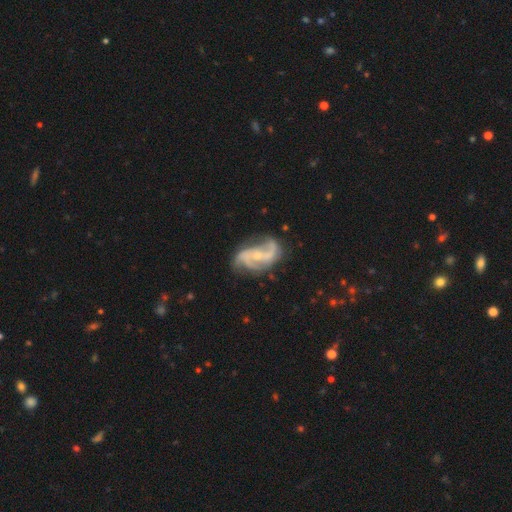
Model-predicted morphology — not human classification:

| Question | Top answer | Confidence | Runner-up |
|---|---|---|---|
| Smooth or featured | featured or disk | 88% | smooth (6%) |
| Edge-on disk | no | 97% | yes (3%) |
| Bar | no | 45% | weak (36%) |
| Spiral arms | yes | 96% | no (4%) |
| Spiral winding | loose | 44% | medium (41%) |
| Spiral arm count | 2 | 63% | 3 (19%) |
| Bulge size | small | 61% | moderate (34%) |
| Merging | none | 63% | minor disturbance (22%) |